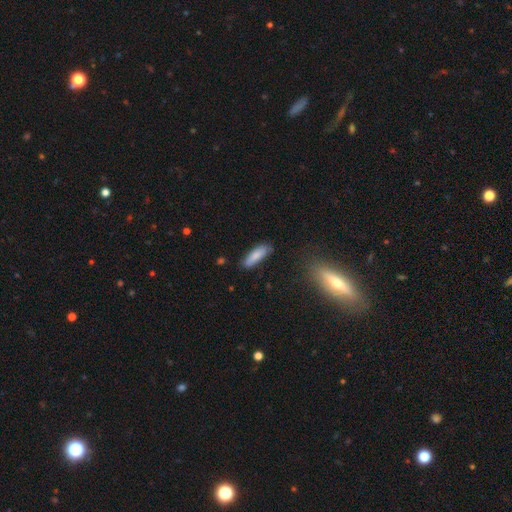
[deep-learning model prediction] A smooth galaxy with no disk features (82%) that is cigar-shaped (53%). Merging: none (82%).